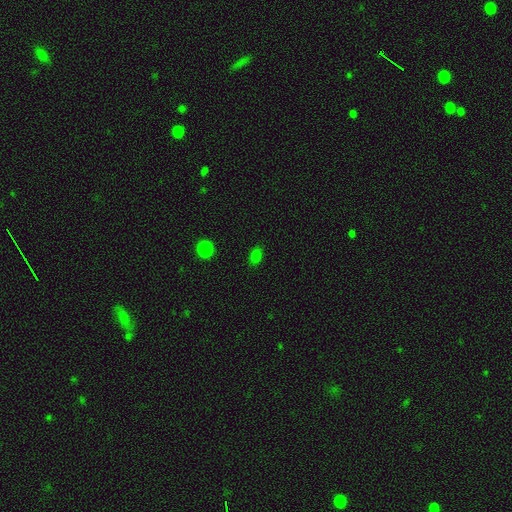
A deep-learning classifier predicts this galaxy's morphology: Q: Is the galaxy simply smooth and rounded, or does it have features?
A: smooth — 79%.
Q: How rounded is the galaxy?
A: in between — 79%.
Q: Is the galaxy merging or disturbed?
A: none — 86%.